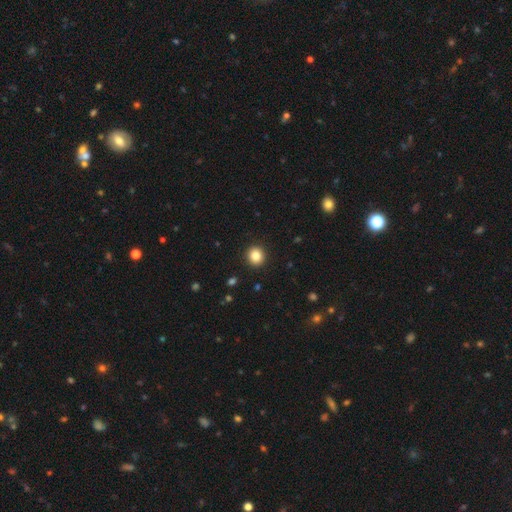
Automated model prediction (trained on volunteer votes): smooth-or-featured: smooth: 84% | star or artifact: 11% | featured or disk: 5%
  how-rounded: round: 90% | in between: 9% | cigar-shaped: 1%
  merging: none: 93% | minor disturbance: 5% | major disturbance: 2% | merger: 1%